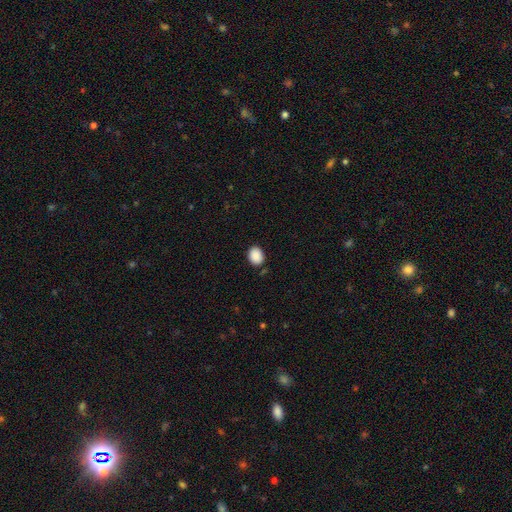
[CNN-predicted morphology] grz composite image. It shows a smooth galaxy with no disk features (90%) that is in between round and cigar-shaped (53%). Merging: none (85%).